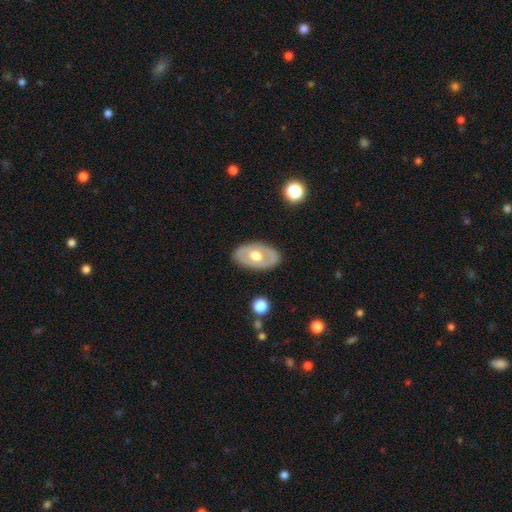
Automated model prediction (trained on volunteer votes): Q: Smooth or featured?
A: featured or disk (56%); runner-up: smooth (39%)
Q: Edge-on disk?
A: no (88%); runner-up: yes (12%)
Q: Merging?
A: none (83%); runner-up: minor disturbance (12%)